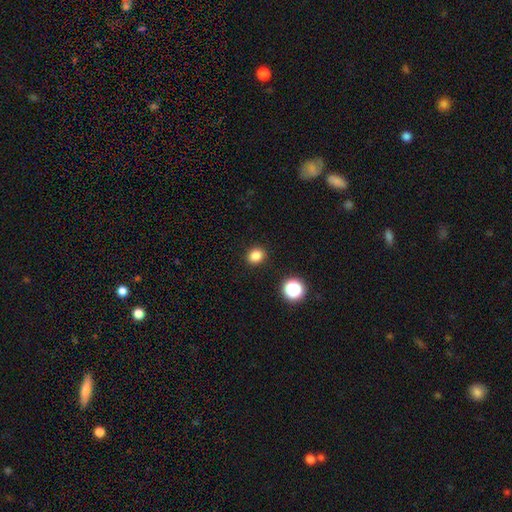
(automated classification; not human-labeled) smooth-or-featured: smooth: 83% | star or artifact: 13% | featured or disk: 4%
  how-rounded: round: 66% | in between: 34% | cigar-shaped: 1%
  merging: none: 90% | minor disturbance: 6% | major disturbance: 2% | merger: 1%